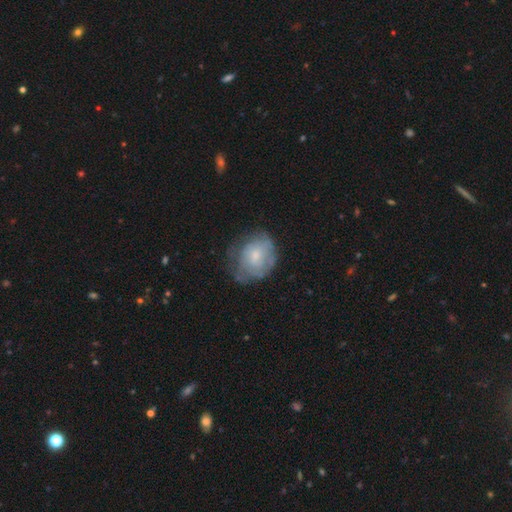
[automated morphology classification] Overall: smooth (48%; featured or disk 44%). Merging: none (55%; minor disturbance 29%).